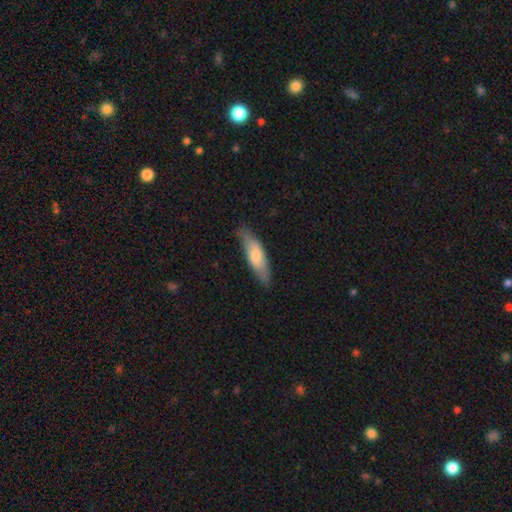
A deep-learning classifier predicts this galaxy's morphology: smooth 68%, featured or disk 27%, star or artifact 5%. Down the decision tree: how rounded — cigar-shaped (57%); merging — none (77%).